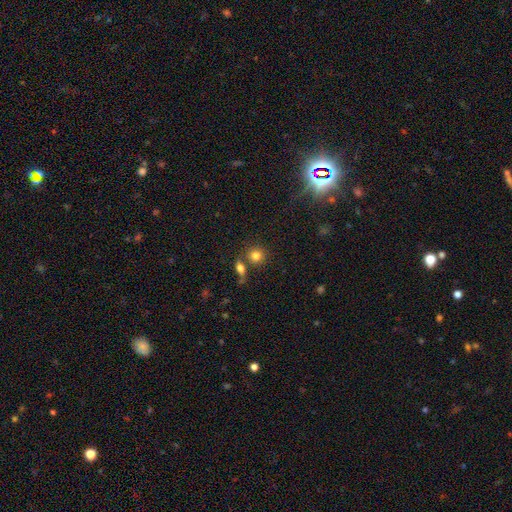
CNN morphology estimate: A smooth galaxy with no disk features (80%) that is round (85%).

Vote fractions:
- Smooth or featured? smooth: 80% / star or artifact: 12% / featured or disk: 8%
- How rounded? round: 85% / in between: 13% / cigar-shaped: 1%
- Merging? none: 68% / merger: 19% / minor disturbance: 9% / major disturbance: 4%